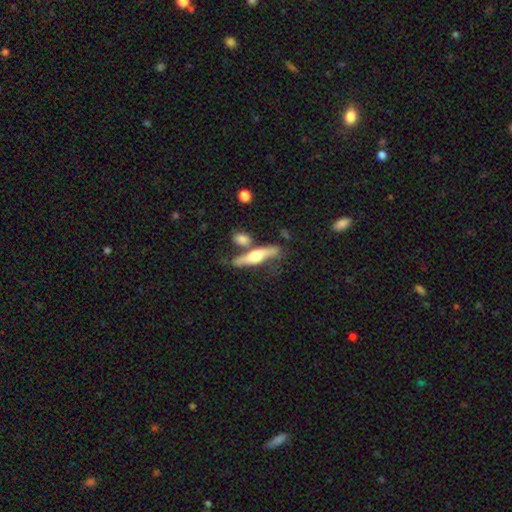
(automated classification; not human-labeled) Morphology: type=featured or disk (60%); edge-on=yes (90%); edge-on bulge=rounded (91%); merging=none (60%).